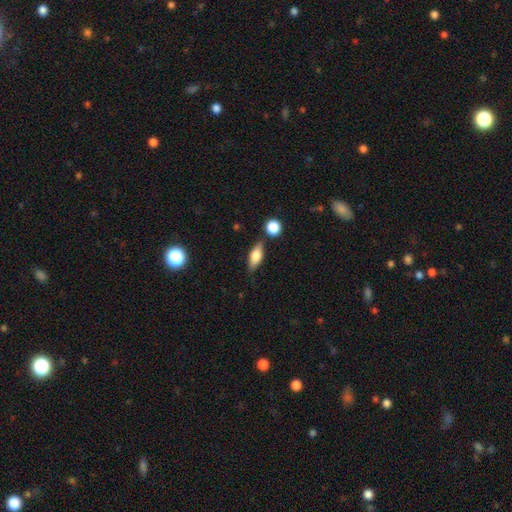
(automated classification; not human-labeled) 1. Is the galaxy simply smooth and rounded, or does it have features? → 59% smooth, 33% featured or disk, 8% star or artifact.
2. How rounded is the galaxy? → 70% in between, 24% cigar-shaped, 6% round.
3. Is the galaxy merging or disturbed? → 77% none, 13% minor disturbance, 6% merger, 3% major disturbance.